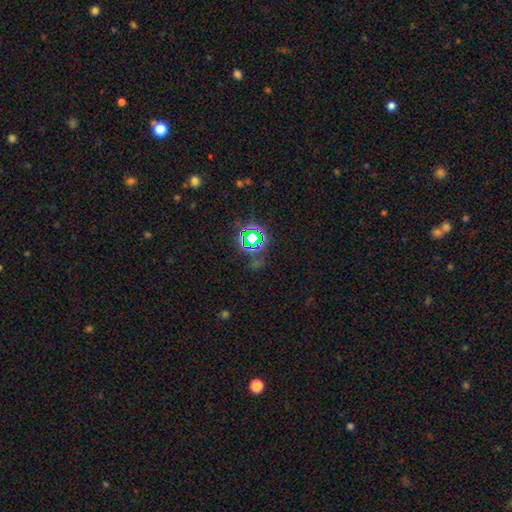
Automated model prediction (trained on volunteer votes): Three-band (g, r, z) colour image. It shows a star or artifact, not a galaxy (69%).